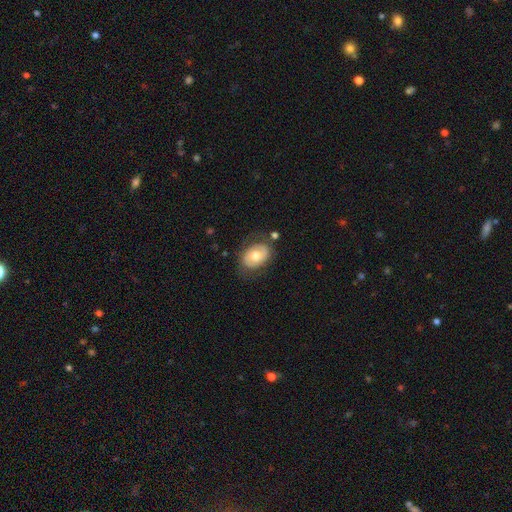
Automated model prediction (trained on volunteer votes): Morphology: type=smooth (48%); merging=none (72%).